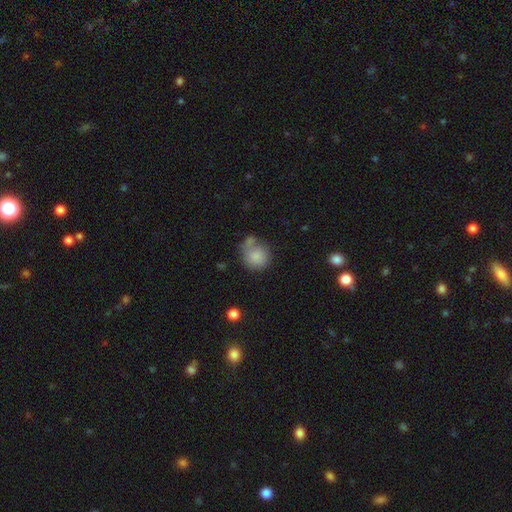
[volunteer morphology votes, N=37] This appears to be a smooth galaxy with no disk features (92%) that is round (82%). Merging: none (56%).